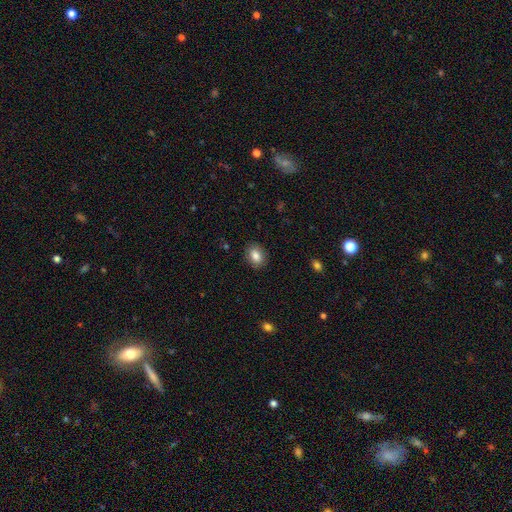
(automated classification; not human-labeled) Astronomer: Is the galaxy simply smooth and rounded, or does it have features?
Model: smooth — 84%.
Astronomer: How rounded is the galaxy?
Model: in between — 58% (runner-up: round, 41%).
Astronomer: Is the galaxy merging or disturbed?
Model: none — 89%.